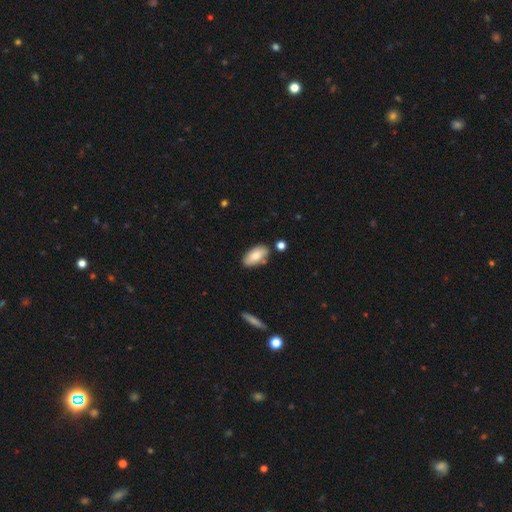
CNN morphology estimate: Smooth or featured?
  - smooth: 80% *
  - featured or disk: 13%
  - star or artifact: 6%
How rounded?
  - in between: 92% *
  - cigar-shaped: 6%
  - round: 2%
Merging?
  - none: 77% *
  - minor disturbance: 14%
  - merger: 6%
  - major disturbance: 3%